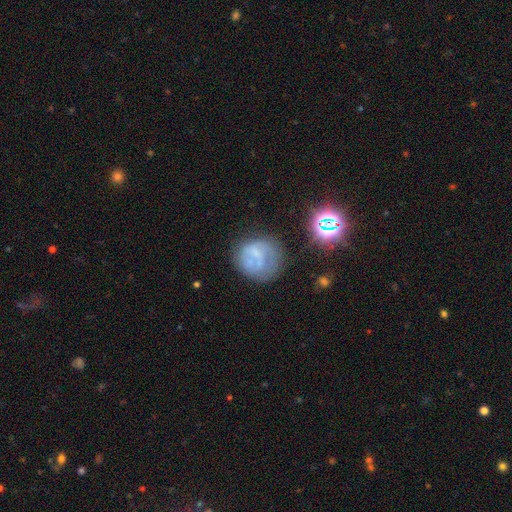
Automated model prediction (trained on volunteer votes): Smooth or featured? Predicted: smooth (p=0.45). Merging? Predicted: none (p=0.54).